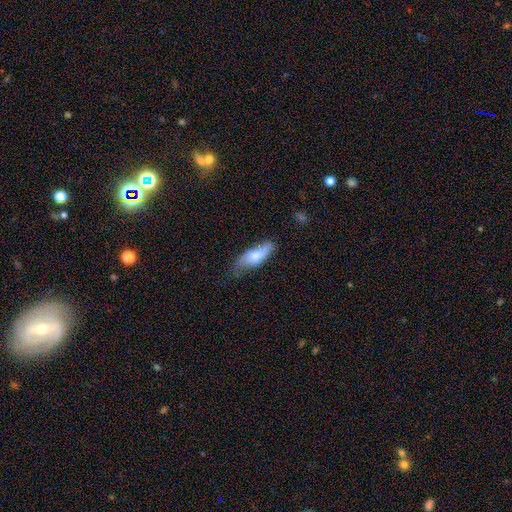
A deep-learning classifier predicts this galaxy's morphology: Q: Smooth or featured?
A: smooth (64%); runner-up: featured or disk (30%)
Q: How rounded?
A: in between (65%); runner-up: cigar-shaped (32%)
Q: Merging?
A: none (52%); runner-up: minor disturbance (34%)